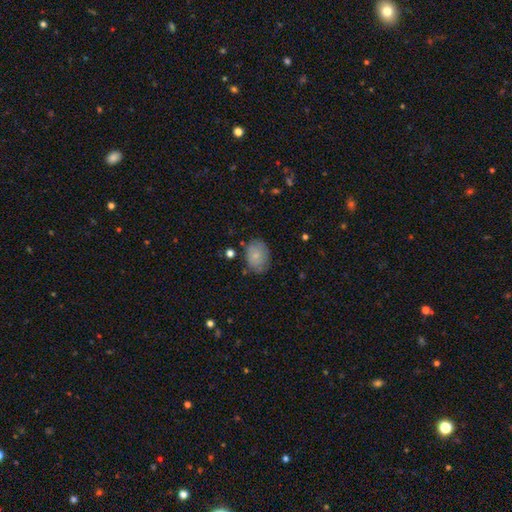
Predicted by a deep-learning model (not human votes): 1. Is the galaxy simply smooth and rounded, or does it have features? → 77% smooth, 16% featured or disk, 7% star or artifact.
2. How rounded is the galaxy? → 65% in between, 34% round, 1% cigar-shaped.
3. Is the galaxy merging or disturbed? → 71% none, 20% minor disturbance, 6% major disturbance, 3% merger.